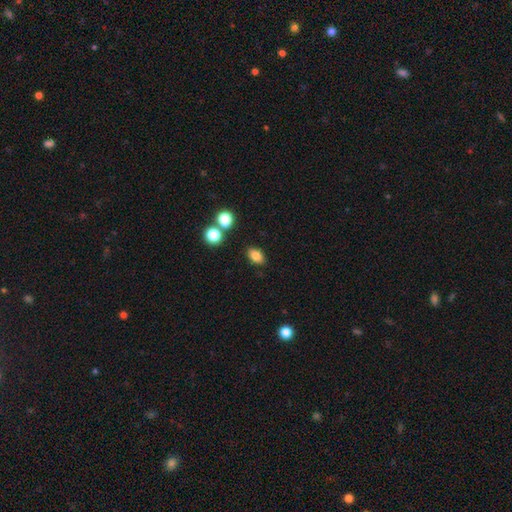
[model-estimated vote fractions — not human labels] Smooth or featured?
  - smooth: 83% *
  - star or artifact: 11%
  - featured or disk: 6%
How rounded?
  - in between: 84% *
  - round: 14%
  - cigar-shaped: 2%
Merging?
  - none: 83% *
  - minor disturbance: 10%
  - merger: 4%
  - major disturbance: 3%